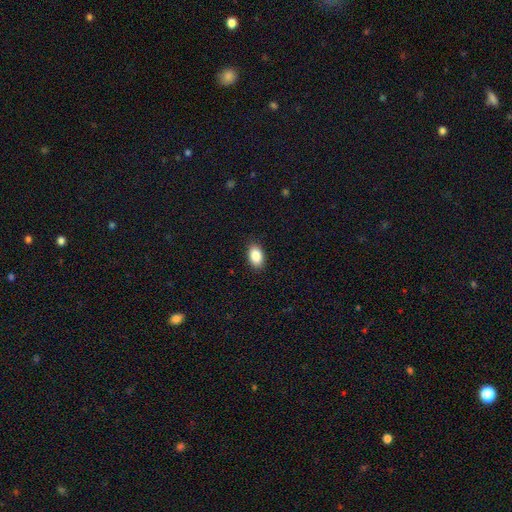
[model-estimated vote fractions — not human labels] The model was most divided on "smooth or featured": smooth: 87%, star or artifact: 8%, featured or disk: 5%. More confident: how rounded — in between (91%); merging — none (89%).